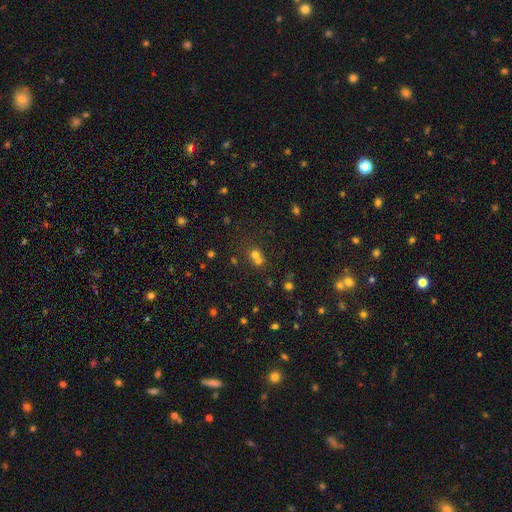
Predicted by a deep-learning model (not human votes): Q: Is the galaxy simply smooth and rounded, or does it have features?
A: smooth — 63%.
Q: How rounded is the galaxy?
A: round — 81%.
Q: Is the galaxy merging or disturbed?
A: merger — 51%.